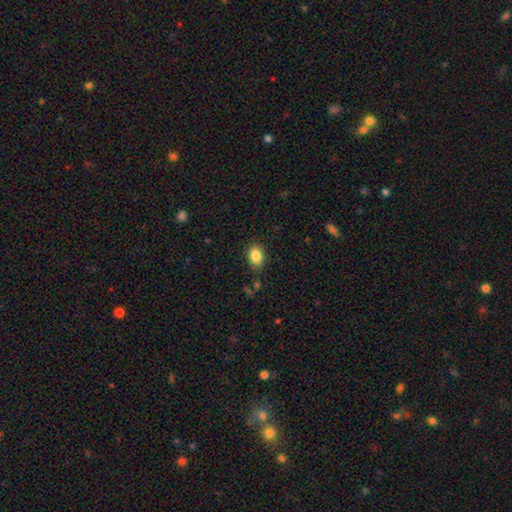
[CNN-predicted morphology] smooth 87%, star or artifact 8%, featured or disk 4%. Down the decision tree: how rounded — in between (78%); merging — none (85%).